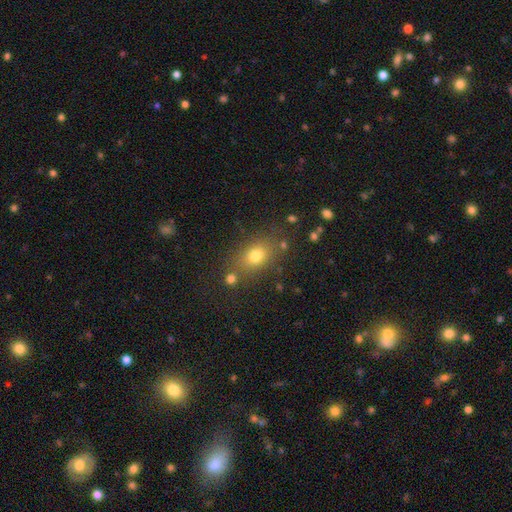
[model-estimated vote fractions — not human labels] Smooth or featured: smooth — 72% (star or artifact — 16%)
How rounded: in between — 66% (round — 31%)
Merging: none — 75% (minor disturbance — 12%)